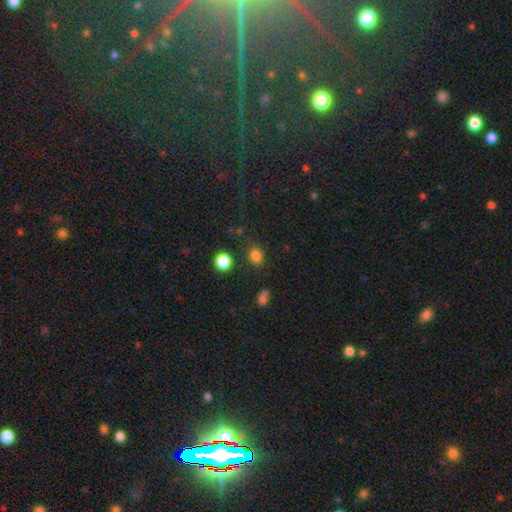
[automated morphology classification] This is clearly a smooth galaxy (80%). How rounded: possibly in between (50%). Merging: likely none (79%).